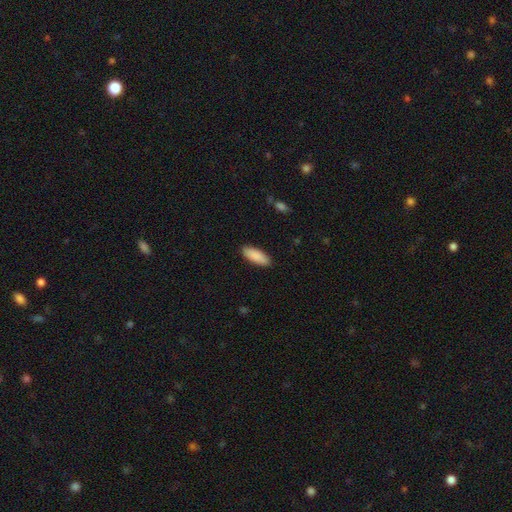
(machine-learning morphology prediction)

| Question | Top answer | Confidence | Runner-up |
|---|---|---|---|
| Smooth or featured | smooth | 90% | star or artifact (6%) |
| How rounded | in between | 69% | cigar-shaped (29%) |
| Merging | none | 89% | minor disturbance (8%) |